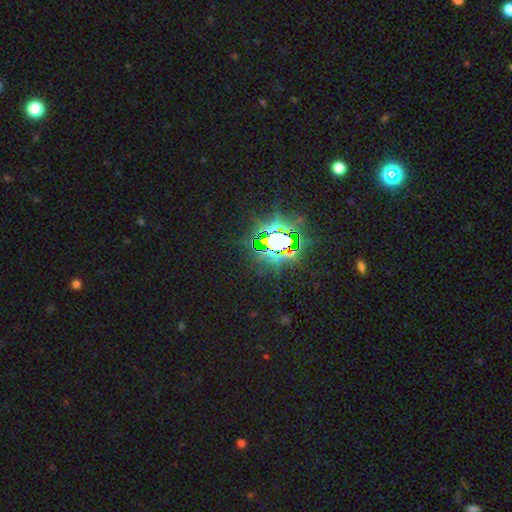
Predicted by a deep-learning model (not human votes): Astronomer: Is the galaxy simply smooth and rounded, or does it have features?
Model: star or artifact — 83%.